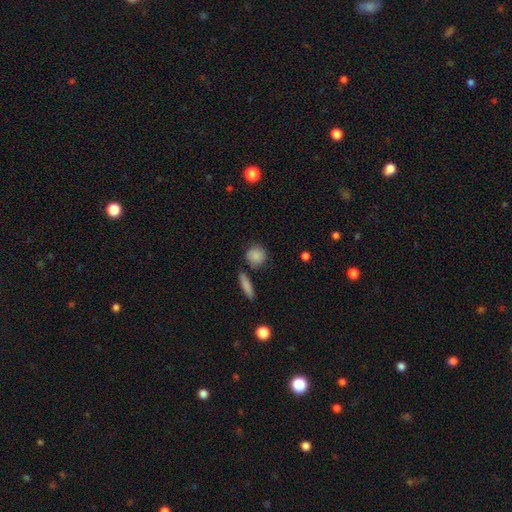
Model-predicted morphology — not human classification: Overall: smooth (84%). How rounded: round (82%). Merging: none (73%).